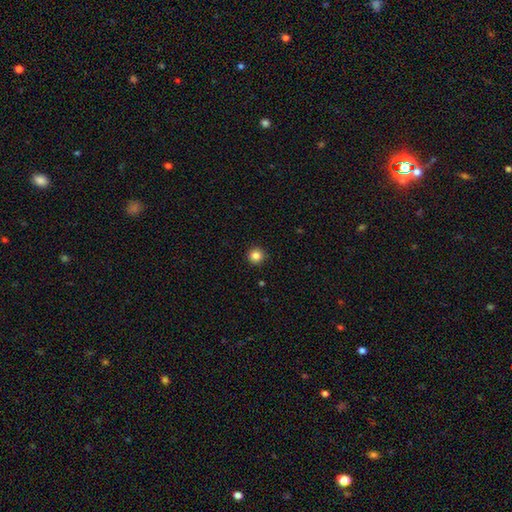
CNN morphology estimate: A smooth galaxy with no disk features (85%) that is round (95%).

Vote fractions:
- Smooth or featured? smooth: 85% / star or artifact: 11% / featured or disk: 4%
- How rounded? round: 95% / in between: 4% / cigar-shaped: 1%
- Merging? none: 92% / minor disturbance: 5% / major disturbance: 2% / merger: 1%